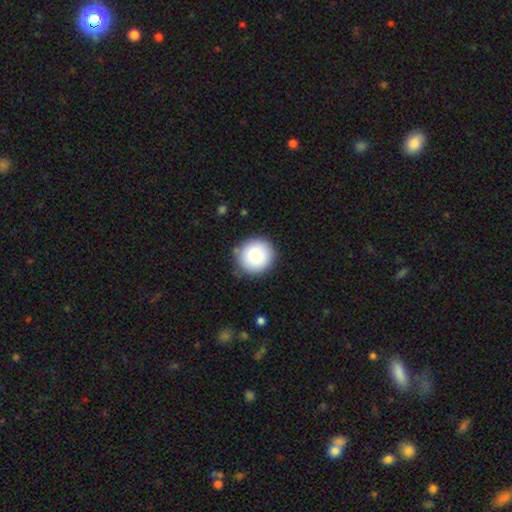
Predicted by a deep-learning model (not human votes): The model was most divided on "merging": none: 84%, minor disturbance: 11%, major disturbance: 3%, merger: 2%. More confident: how rounded — round (91%); smooth or featured — smooth (84%).